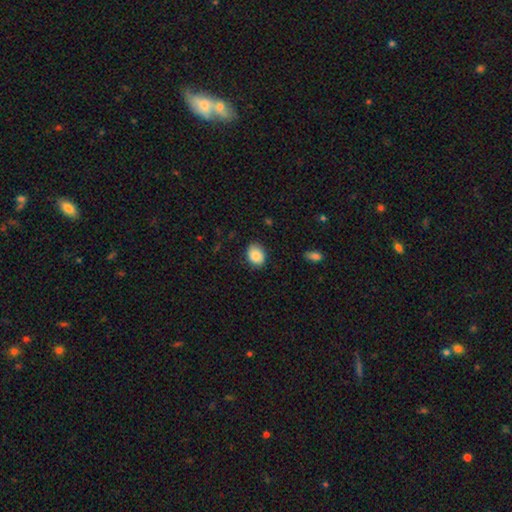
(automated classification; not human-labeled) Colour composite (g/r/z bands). It shows a smooth galaxy with no disk features (86%) that is in between round and cigar-shaped (59%). Merging: none (82%).